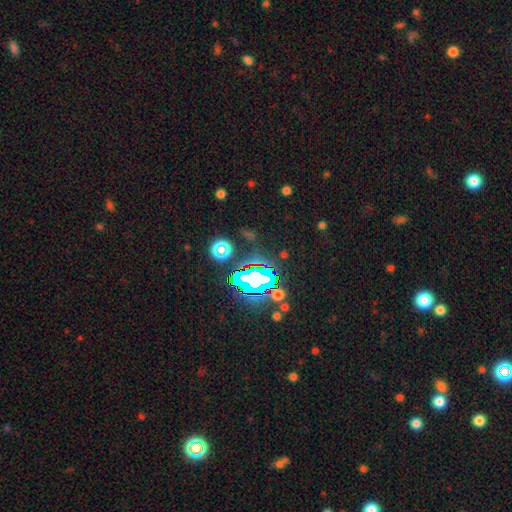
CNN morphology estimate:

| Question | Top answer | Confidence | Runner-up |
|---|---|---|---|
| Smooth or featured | star or artifact | 81% | smooth (11%) |